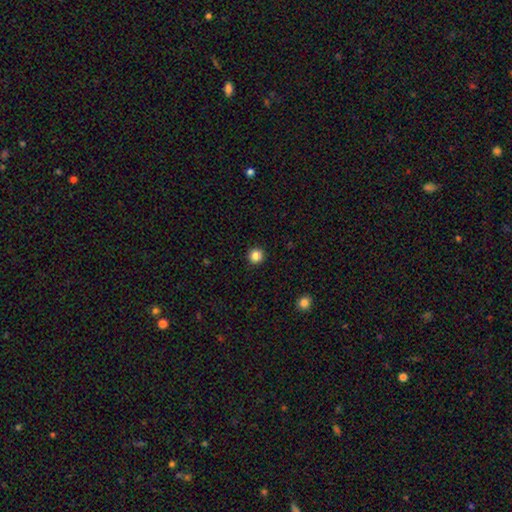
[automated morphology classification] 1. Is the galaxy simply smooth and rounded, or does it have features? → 85% smooth, 11% star or artifact, 4% featured or disk.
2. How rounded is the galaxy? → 95% round, 4% in between, 1% cigar-shaped.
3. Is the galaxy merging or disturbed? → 93% none, 4% minor disturbance, 1% major disturbance, 1% merger.